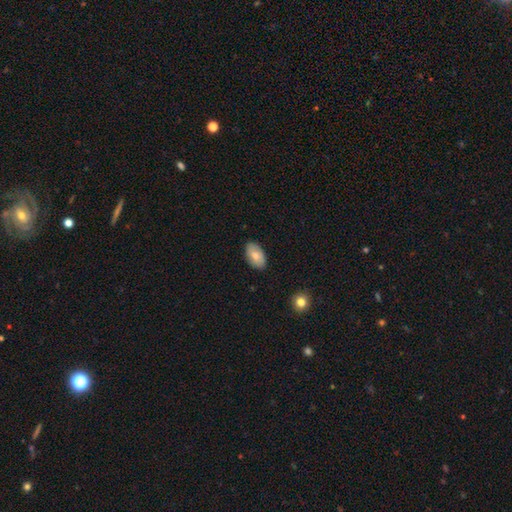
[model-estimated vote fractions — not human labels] The model was most divided on "smooth or featured": smooth: 76%, featured or disk: 18%, star or artifact: 6%. More confident: how rounded — in between (94%); merging — none (85%).